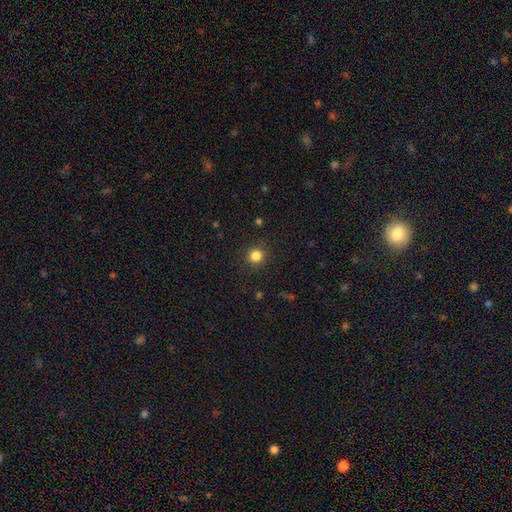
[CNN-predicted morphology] smooth-or-featured: smooth: 83% | star or artifact: 13% | featured or disk: 4%
  how-rounded: round: 93% | in between: 6% | cigar-shaped: 1%
  merging: none: 90% | minor disturbance: 7% | major disturbance: 2% | merger: 1%